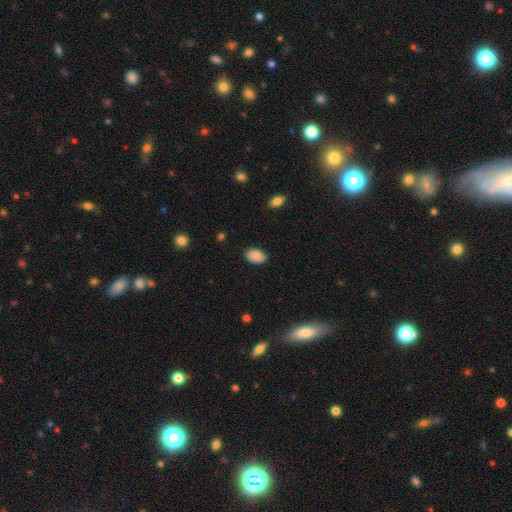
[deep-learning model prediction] Overall: smooth (89%). How rounded: in between (87%). Merging: none (85%).